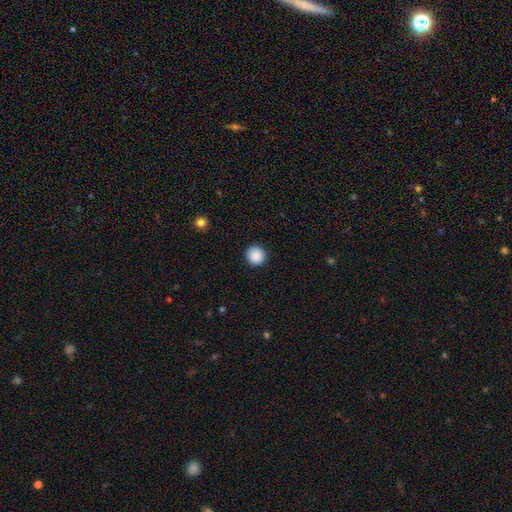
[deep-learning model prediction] A smooth galaxy with no disk features (89%) that is round (94%).

Vote fractions:
- Smooth or featured? smooth: 89% / star or artifact: 8% / featured or disk: 3%
- How rounded? round: 94% / in between: 5% / cigar-shaped: 1%
- Merging? none: 92% / minor disturbance: 5% / major disturbance: 2% / merger: 1%